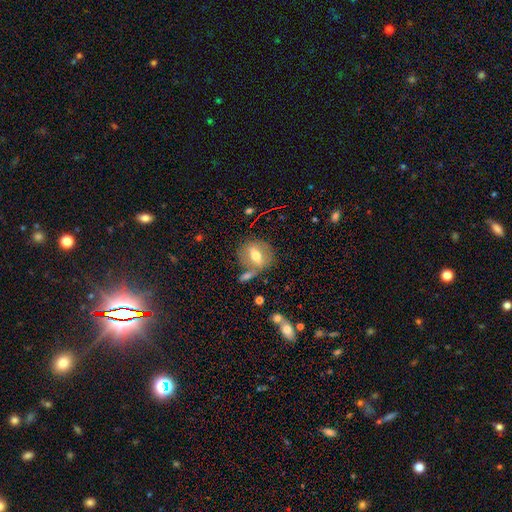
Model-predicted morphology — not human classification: Smooth or featured?
  - smooth: 48% *
  - featured or disk: 43%
  - star or artifact: 9%
Merging?
  - none: 63% *
  - merger: 17%
  - minor disturbance: 14%
  - major disturbance: 7%